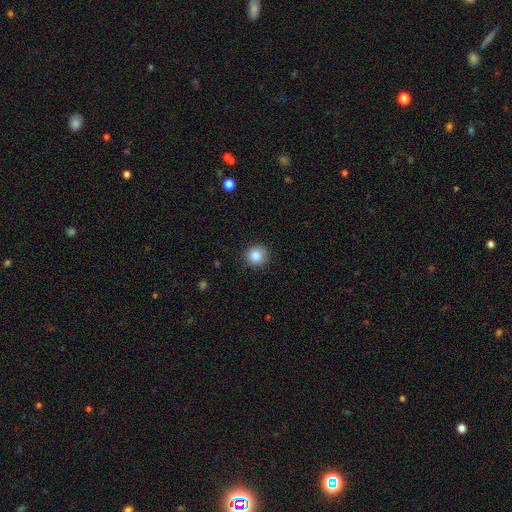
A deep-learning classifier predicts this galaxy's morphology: This is clearly a smooth galaxy (86%). How rounded: clearly round (92%). Merging: clearly none (89%).